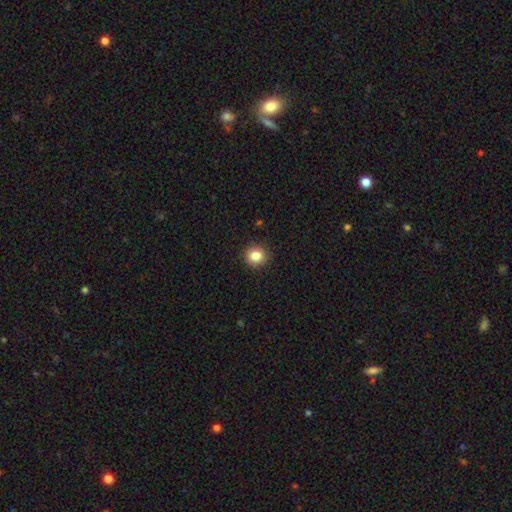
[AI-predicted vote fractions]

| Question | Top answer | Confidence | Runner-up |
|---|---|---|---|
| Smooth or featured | smooth | 85% | star or artifact (11%) |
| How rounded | round | 87% | in between (13%) |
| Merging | none | 91% | minor disturbance (6%) |